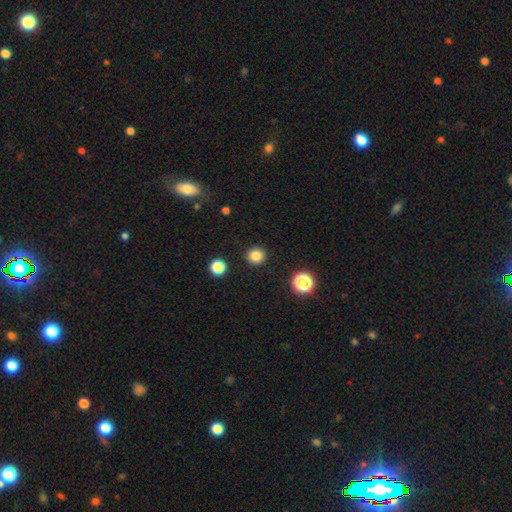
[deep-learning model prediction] The model was most divided on "smooth or featured": smooth: 83%, star or artifact: 13%, featured or disk: 4%. More confident: merging — none (92%); how rounded — round (92%).